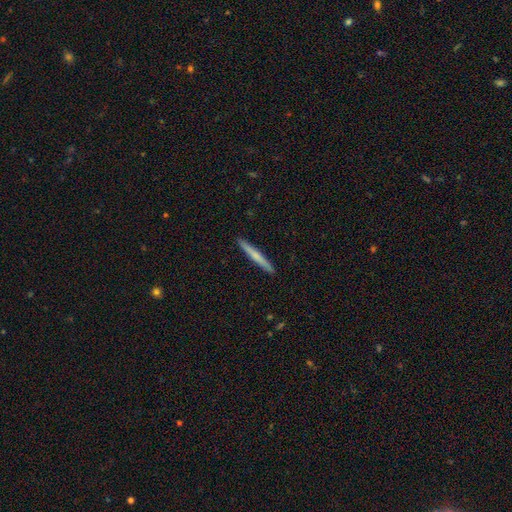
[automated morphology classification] Smooth or featured: smooth — 55% (featured or disk — 39%)
How rounded: cigar-shaped — 97% (in between — 2%)
Merging: none — 92% (minor disturbance — 5%)